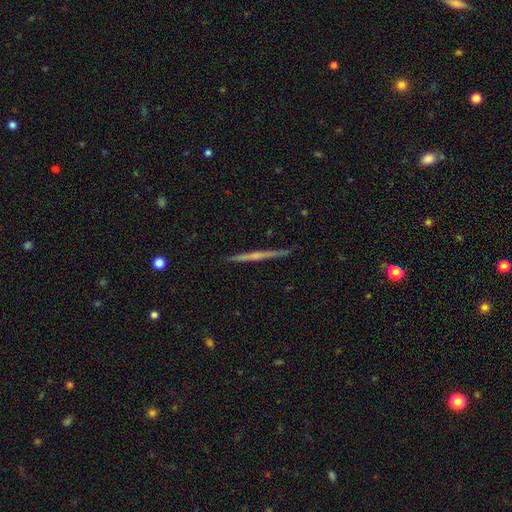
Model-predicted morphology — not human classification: Smooth or featured? Predicted: featured or disk (p=0.69). Edge-on disk? Predicted: yes (p=0.98). Edge-on bulge? Predicted: none (p=0.56). Merging? Predicted: none (p=0.91).